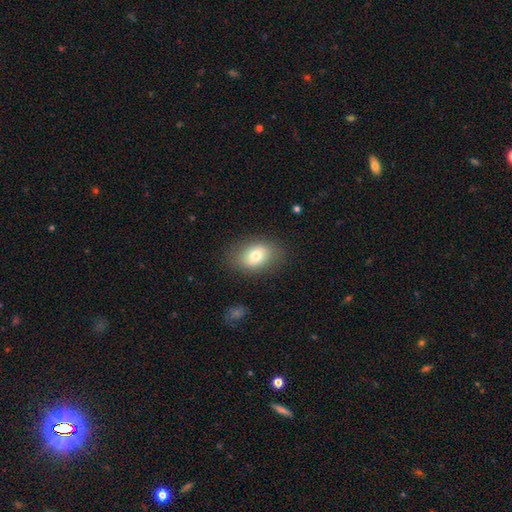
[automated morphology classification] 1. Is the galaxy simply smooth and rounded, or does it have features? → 73% smooth, 18% featured or disk, 9% star or artifact.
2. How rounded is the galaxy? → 77% in between, 22% round, 1% cigar-shaped.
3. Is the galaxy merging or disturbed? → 83% none, 12% minor disturbance, 4% major disturbance, 1% merger.